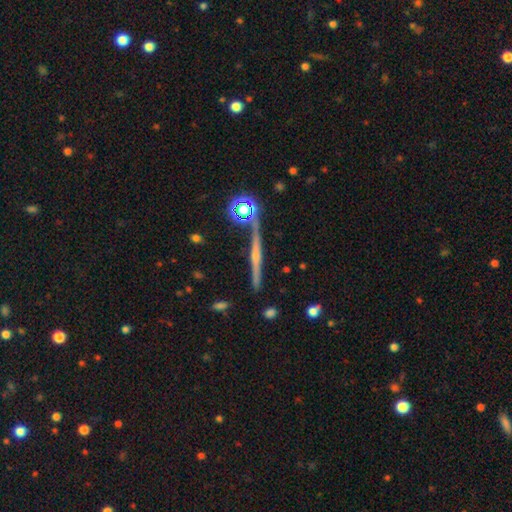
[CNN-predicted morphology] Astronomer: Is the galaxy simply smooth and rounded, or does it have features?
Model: featured or disk — 68%.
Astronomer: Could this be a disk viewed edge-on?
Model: yes — 97%.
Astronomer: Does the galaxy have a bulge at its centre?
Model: rounded — 73%.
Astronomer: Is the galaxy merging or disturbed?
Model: none — 84%.